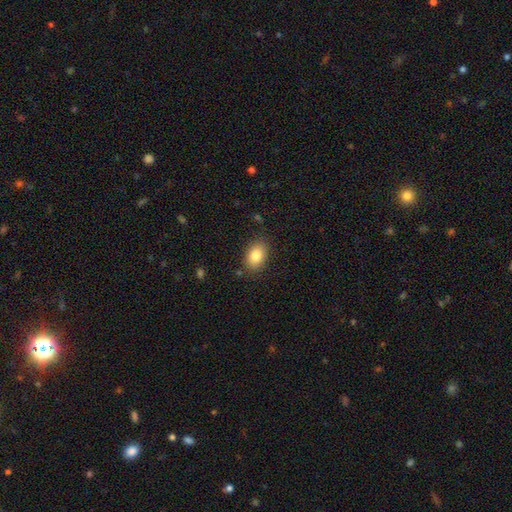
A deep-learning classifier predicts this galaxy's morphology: A smooth galaxy with no disk features (86%) that is in between round and cigar-shaped (86%). Merging: none (83%).